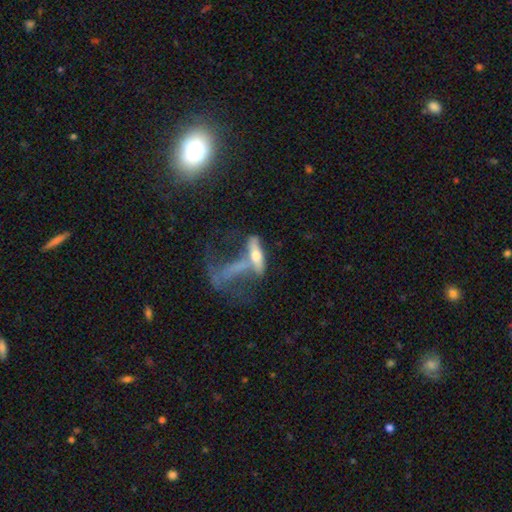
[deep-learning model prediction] Q: Smooth or featured?
A: featured or disk (50%); runner-up: smooth (41%)
Q: Edge-on disk?
A: yes (59%); runner-up: no (41%)
Q: Merging?
A: merger (34%); runner-up: major disturbance (33%)